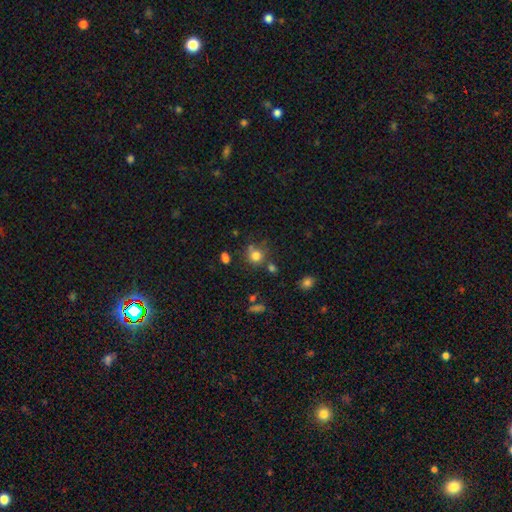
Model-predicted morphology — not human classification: This appears to be a smooth galaxy with no disk features (78%) that is round (84%). Merging: none (63%).